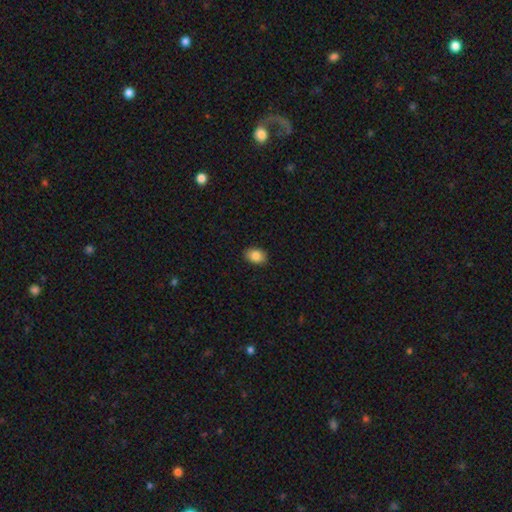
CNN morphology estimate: smooth_or_featured: smooth (p=0.87) [alt: star or artifact p=0.08]
how_rounded: in between (p=0.81) [alt: round p=0.18]
merging: none (p=0.89) [alt: minor disturbance p=0.08]